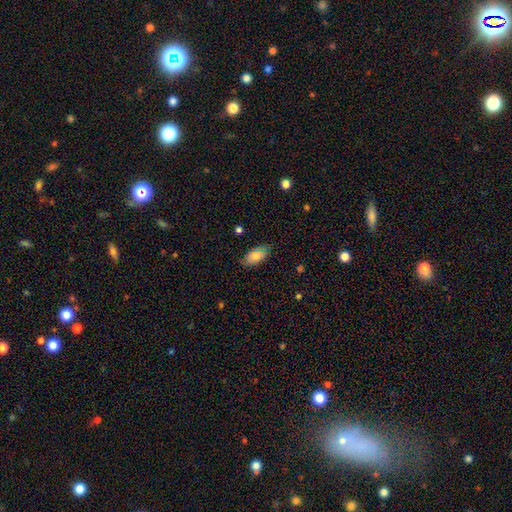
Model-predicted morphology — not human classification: smooth-or-featured: smooth: 78% | featured or disk: 15% | star or artifact: 7%
  how-rounded: in between: 92% | cigar-shaped: 5% | round: 3%
  merging: none: 82% | minor disturbance: 15% | major disturbance: 3% | merger: 1%